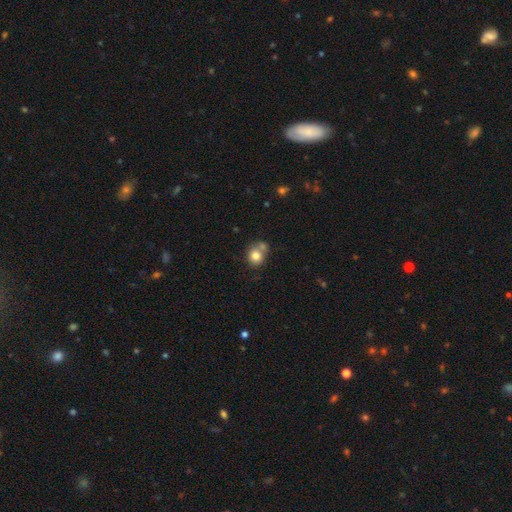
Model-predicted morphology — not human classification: Smooth or featured?
  - smooth: 79% *
  - featured or disk: 11%
  - star or artifact: 10%
How rounded?
  - round: 78% *
  - in between: 21%
  - cigar-shaped: 1%
Merging?
  - none: 49% *
  - merger: 32%
  - minor disturbance: 14%
  - major disturbance: 5%